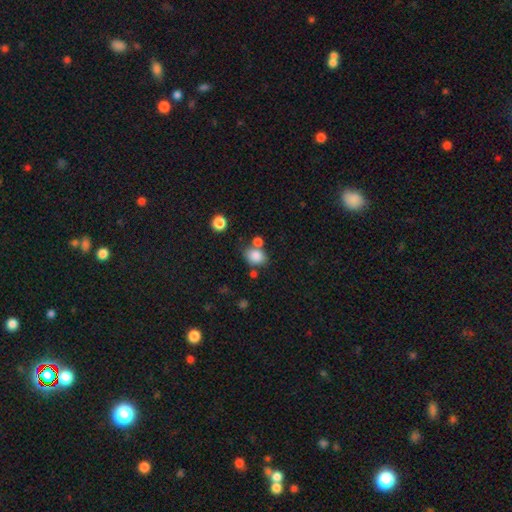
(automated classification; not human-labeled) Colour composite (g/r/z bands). It shows a smooth galaxy with no disk features (83%) that is in between round and cigar-shaped (56%). Merging: none (59%).